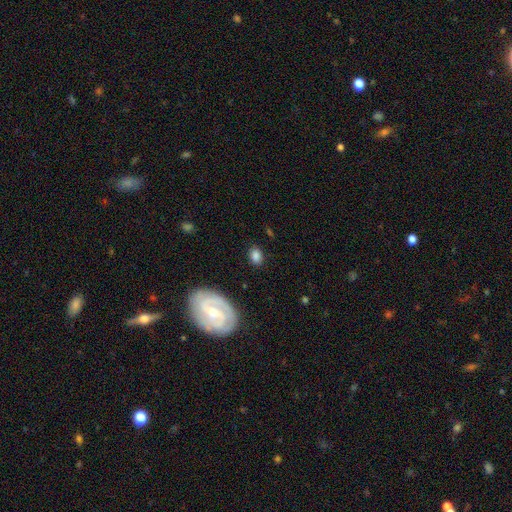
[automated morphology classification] Smooth or featured?
  - smooth: 78% *
  - featured or disk: 13%
  - star or artifact: 9%
How rounded?
  - in between: 76% *
  - round: 22%
  - cigar-shaped: 2%
Merging?
  - none: 82% *
  - minor disturbance: 12%
  - major disturbance: 4%
  - merger: 2%